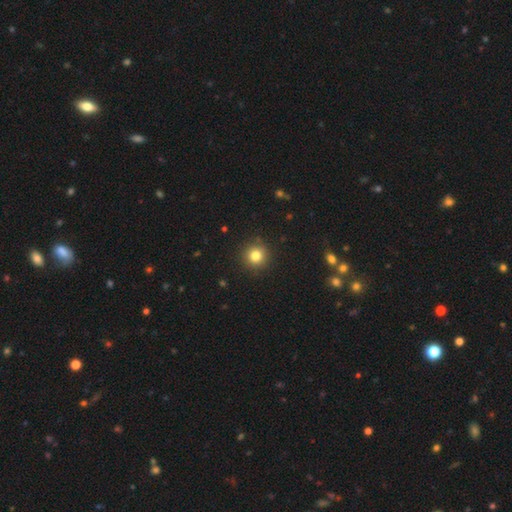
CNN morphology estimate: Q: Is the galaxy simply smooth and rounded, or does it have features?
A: smooth — 81%.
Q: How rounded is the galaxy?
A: round — 94%.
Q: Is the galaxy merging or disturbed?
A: none — 90%.